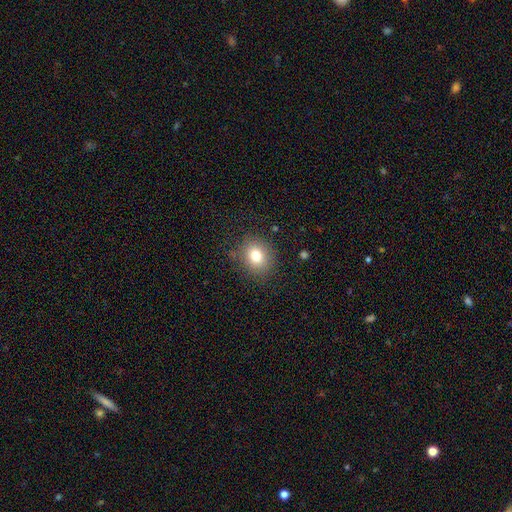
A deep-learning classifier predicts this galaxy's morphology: This appears to be a smooth galaxy with no disk features (77%) that is round (71%). Merging: none (85%).